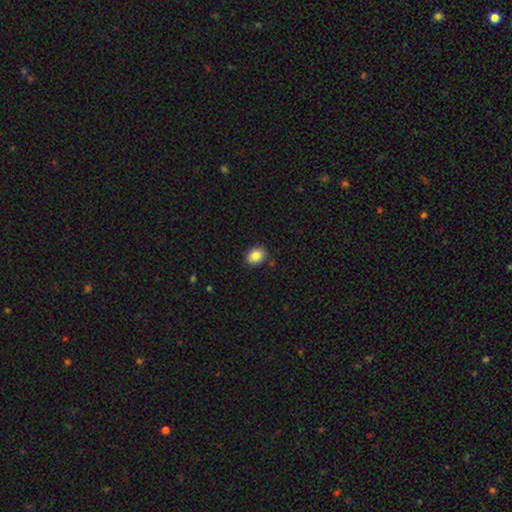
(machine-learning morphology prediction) smooth 86%, star or artifact 8%, featured or disk 6%. Down the decision tree: how rounded — in between (63%); merging — none (89%).